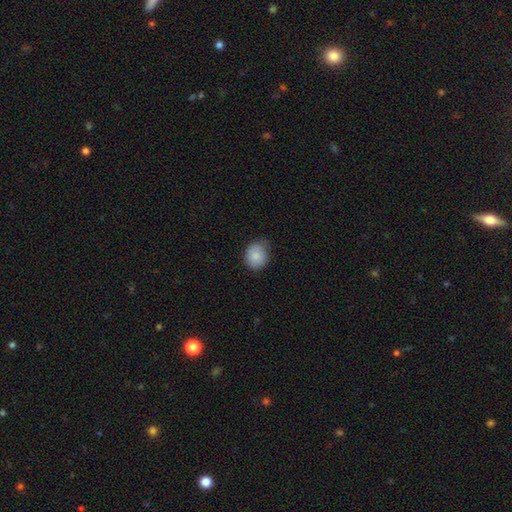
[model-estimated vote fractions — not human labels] Q: Smooth or featured?
A: smooth (84%); runner-up: featured or disk (9%)
Q: How rounded?
A: round (69%); runner-up: in between (30%)
Q: Merging?
A: none (66%); runner-up: minor disturbance (28%)